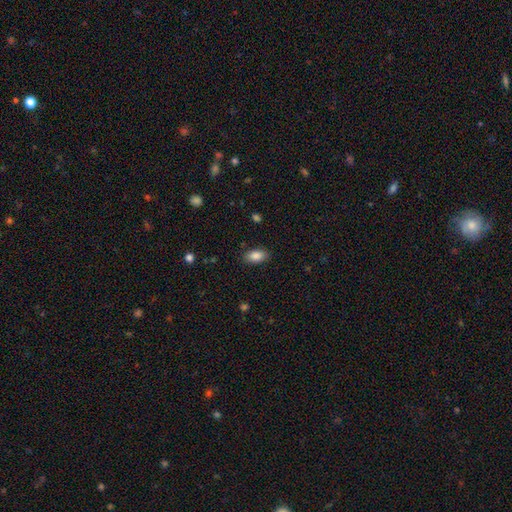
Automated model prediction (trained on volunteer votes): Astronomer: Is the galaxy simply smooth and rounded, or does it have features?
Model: smooth — 87%.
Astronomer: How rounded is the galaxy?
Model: in between — 92%.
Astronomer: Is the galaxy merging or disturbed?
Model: none — 87%.